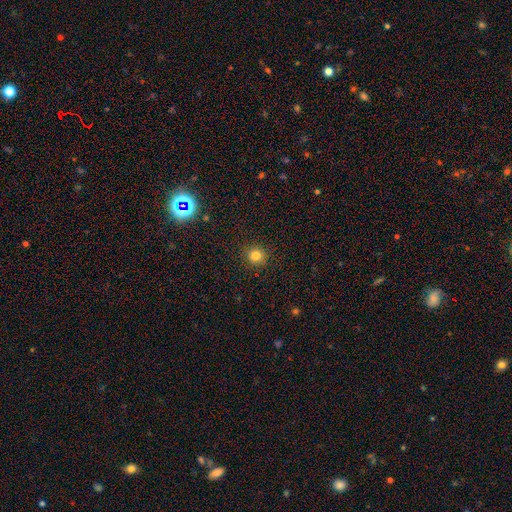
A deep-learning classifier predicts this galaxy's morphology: Smooth or featured: smooth — 80% (star or artifact — 14%)
How rounded: round — 93% (in between — 6%)
Merging: none — 92% (minor disturbance — 5%)